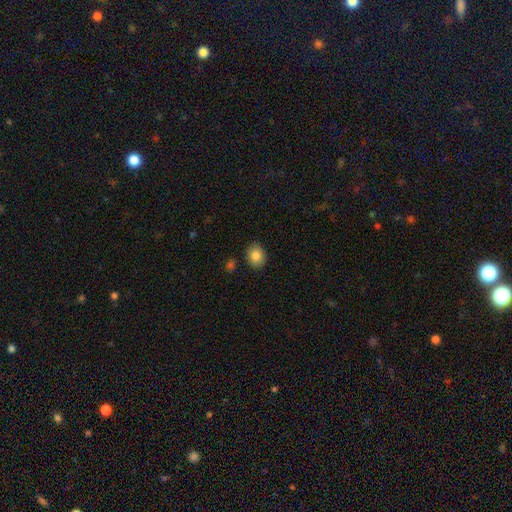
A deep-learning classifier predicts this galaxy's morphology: The model was most divided on "how rounded": in between: 61%, round: 38%, cigar-shaped: 1%. More confident: merging — none (87%); smooth or featured — smooth (84%).